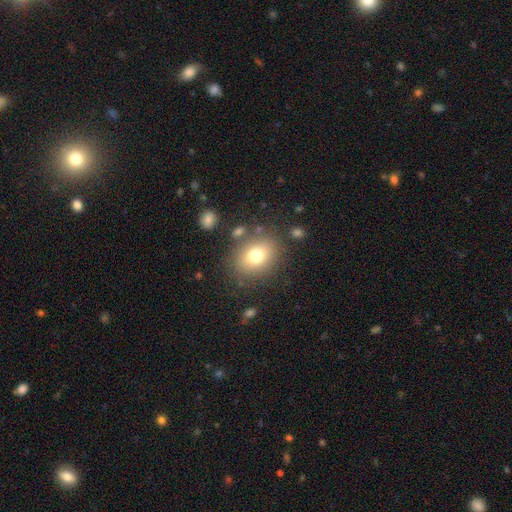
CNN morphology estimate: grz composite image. It shows a smooth galaxy with no disk features (74%) that is round (50%). Merging: none (79%).